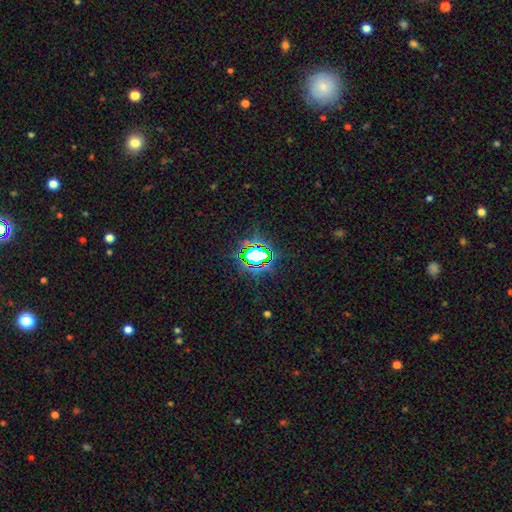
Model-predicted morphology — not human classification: type=star or artifact (70%).